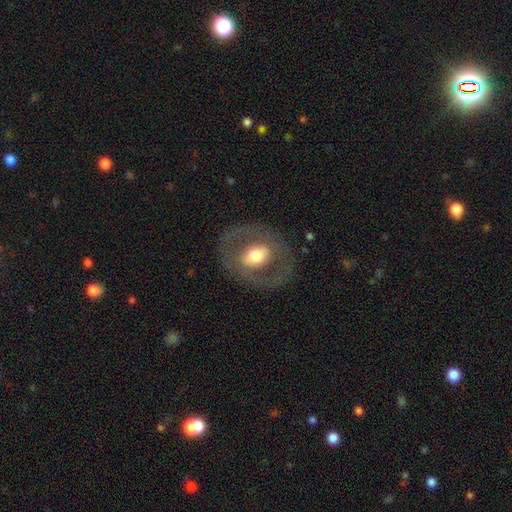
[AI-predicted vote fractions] Smooth or featured? Predicted: featured or disk (p=0.55). Edge-on disk? Predicted: no (p=0.92). Bar? Predicted: no (p=0.49). Spiral arms? Predicted: no (p=0.81). Bulge size? Predicted: moderate (p=0.56). Merging? Predicted: none (p=0.78).